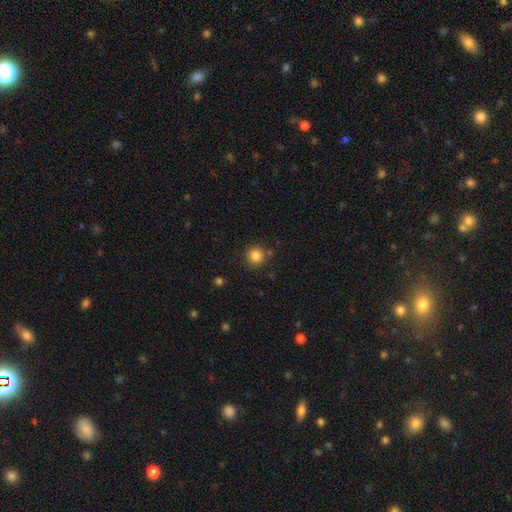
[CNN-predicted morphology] Smooth or featured? smooth (84%)
How rounded? round (94%)
Merging? none (83%)